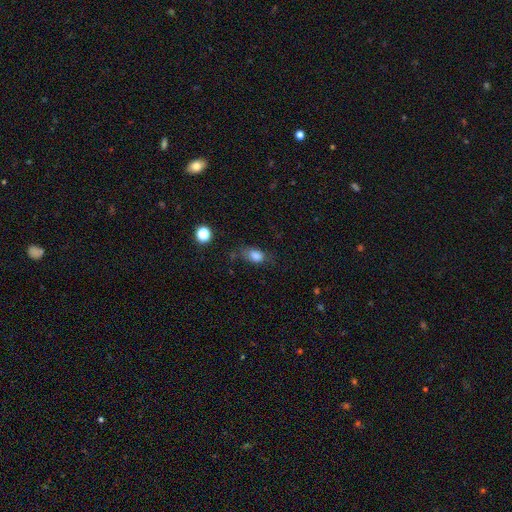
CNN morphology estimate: Overall: smooth (80%). How rounded: in between (79%). Merging: none (56%; minor disturbance 27%).